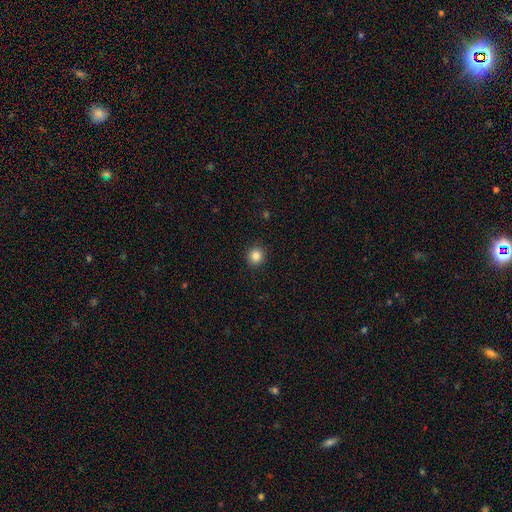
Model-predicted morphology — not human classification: type=smooth (85%); roundness=round (91%); merging=none (92%).